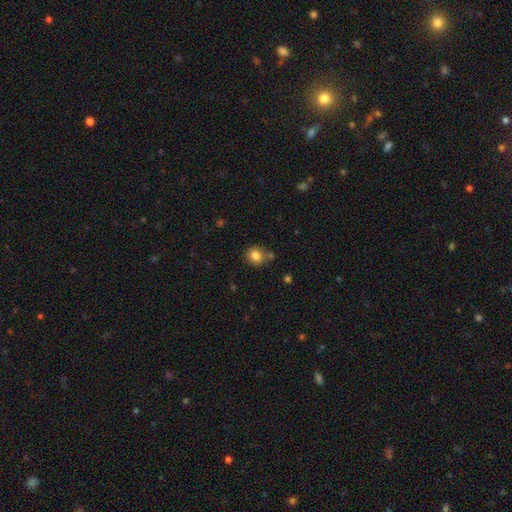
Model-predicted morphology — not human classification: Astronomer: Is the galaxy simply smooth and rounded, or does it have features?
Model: smooth — 82%.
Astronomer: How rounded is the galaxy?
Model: round — 75%.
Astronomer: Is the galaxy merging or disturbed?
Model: none — 68%.